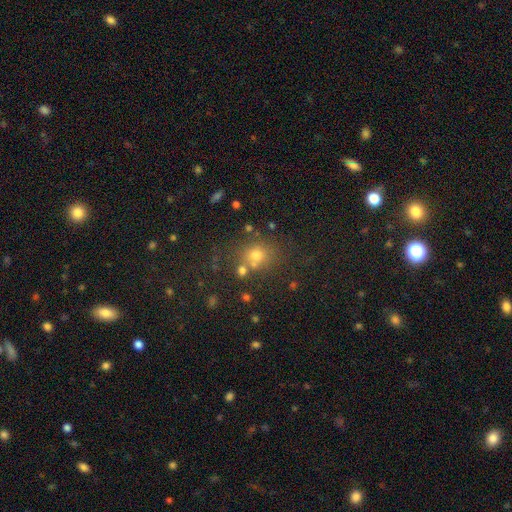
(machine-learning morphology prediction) This appears to be a smooth galaxy with no disk features (65%) that is round (76%). Merging: none (65%).